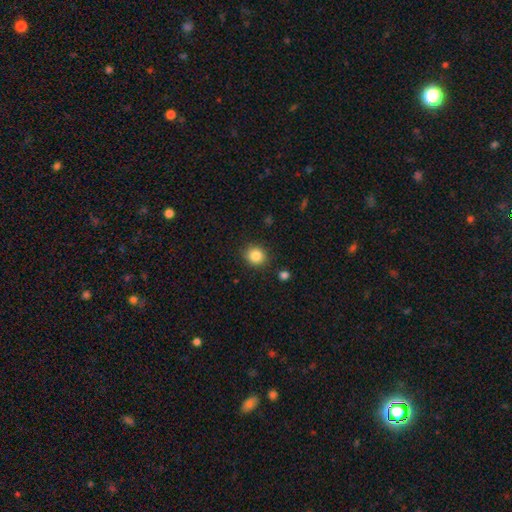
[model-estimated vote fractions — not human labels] A smooth galaxy with no disk features (85%) that is round (86%).

Vote fractions:
- Smooth or featured? smooth: 85% / star or artifact: 10% / featured or disk: 4%
- How rounded? round: 86% / in between: 13% / cigar-shaped: 1%
- Merging? none: 88% / minor disturbance: 7% / major disturbance: 2% / merger: 2%